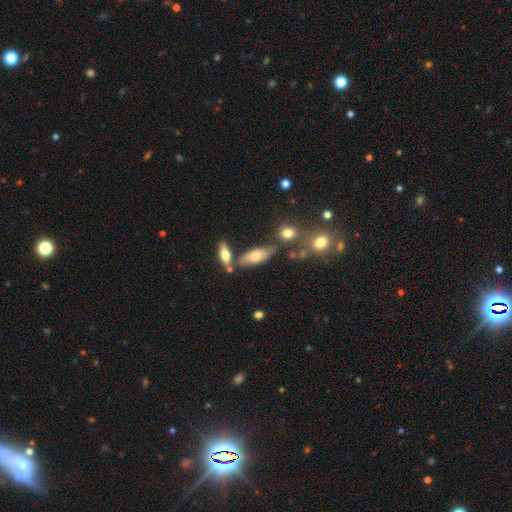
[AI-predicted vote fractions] This is likely a smooth galaxy (61%). How rounded: likely in between (75%). Merging: likely none (61%).